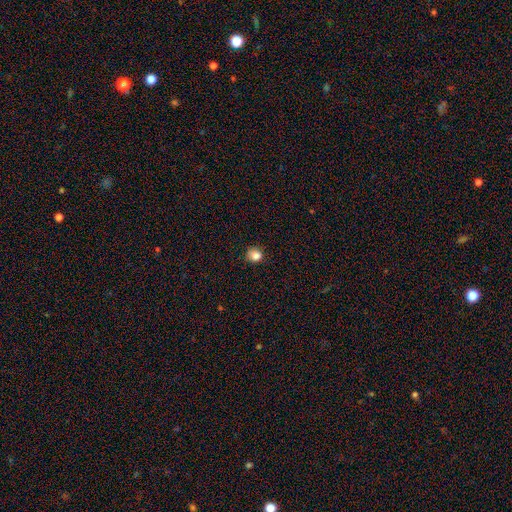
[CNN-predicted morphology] smooth 84%, star or artifact 11%, featured or disk 4%. Down the decision tree: how rounded — round (85%); merging — none (83%).